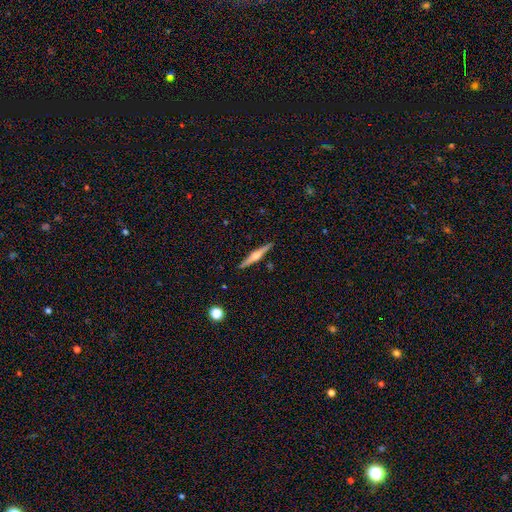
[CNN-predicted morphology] Smooth or featured? featured or disk (66%)
Edge-on disk? yes (98%)
Edge-on bulge? rounded (85%)
Merging? none (91%)